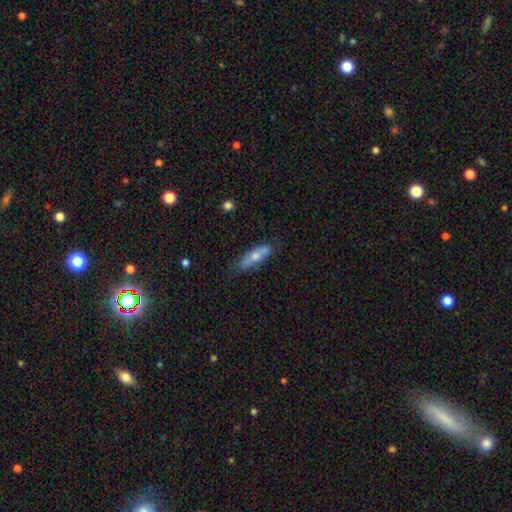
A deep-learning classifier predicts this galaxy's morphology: Smooth or featured? smooth (63%)
How rounded? cigar-shaped (60%)
Merging? none (72%)